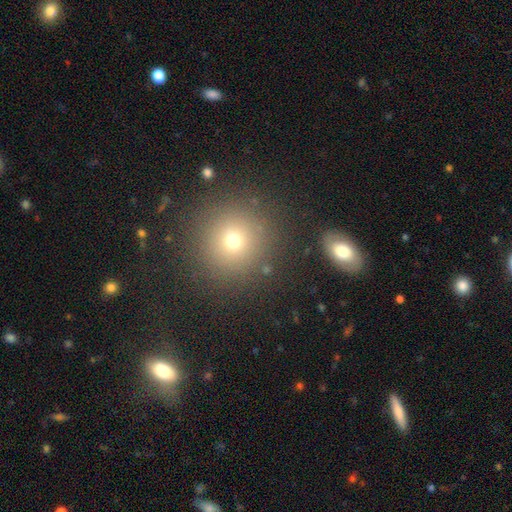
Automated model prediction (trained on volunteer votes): Morphology: type=smooth (59%); roundness=round (92%); merging=none (87%).